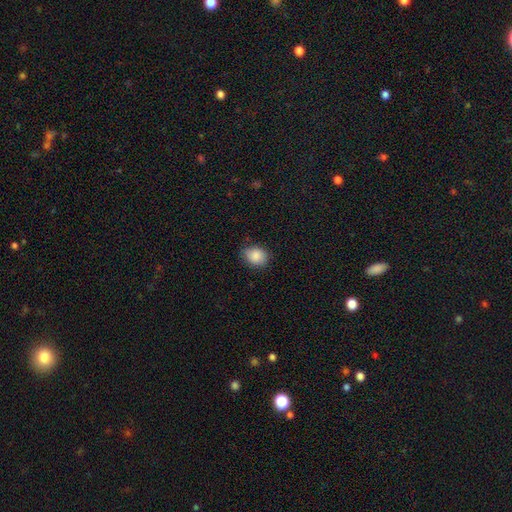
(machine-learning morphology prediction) This appears to be a smooth galaxy with no disk features (87%) that is in between round and cigar-shaped (53%). Merging: none (78%).